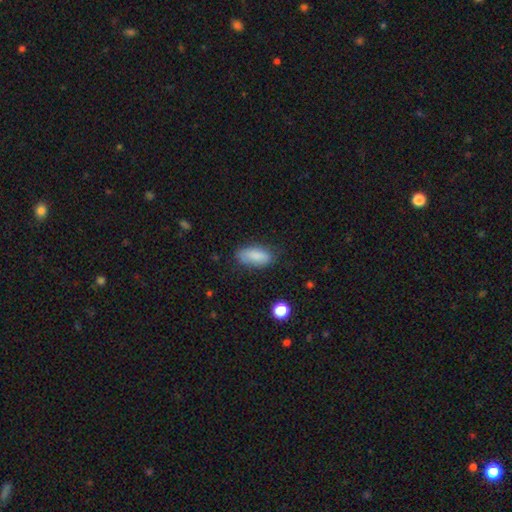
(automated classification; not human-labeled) smooth_or_featured: smooth (p=0.85) [alt: featured or disk p=0.07]
how_rounded: in between (p=0.85) [alt: cigar-shaped p=0.13]
merging: none (p=0.75) [alt: minor disturbance p=0.19]